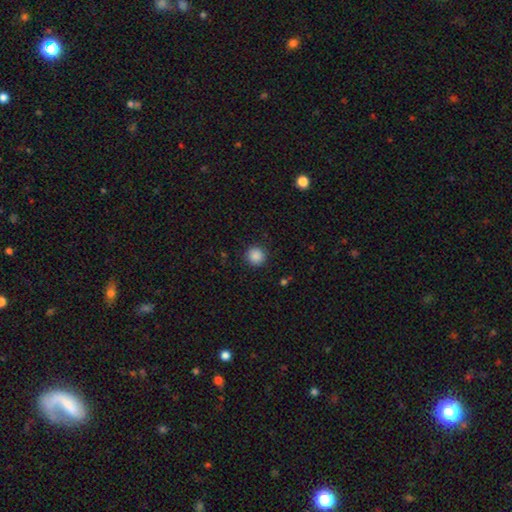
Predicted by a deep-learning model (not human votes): A smooth galaxy with no disk features (88%) that is round (95%). Merging: none (91%).